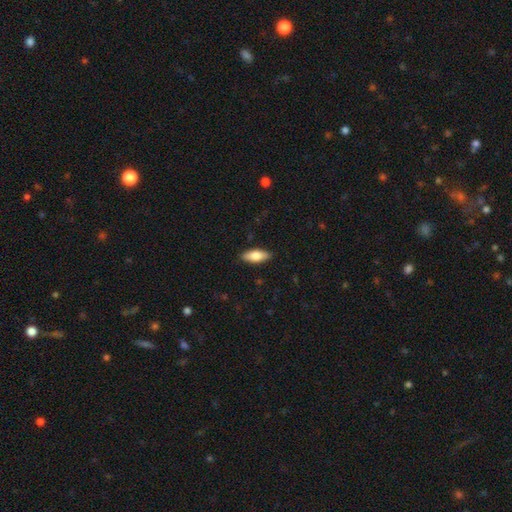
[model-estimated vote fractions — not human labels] Morphology: type=smooth (79%); roundness=in between (79%); merging=none (88%).